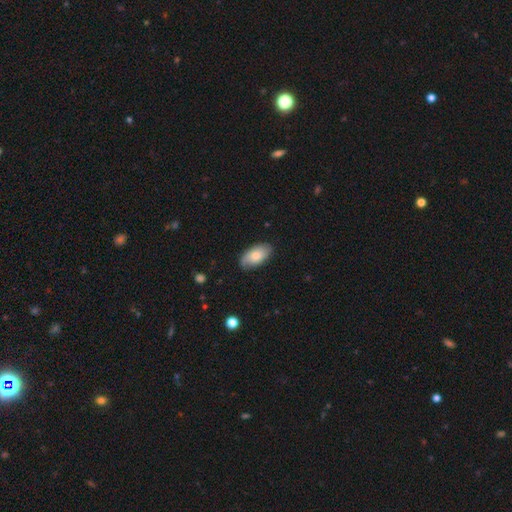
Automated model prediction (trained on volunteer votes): smooth-or-featured: smooth: 66% | featured or disk: 28% | star or artifact: 6%
  how-rounded: in between: 94% | round: 4% | cigar-shaped: 3%
  merging: none: 79% | minor disturbance: 17% | major disturbance: 3% | merger: 1%